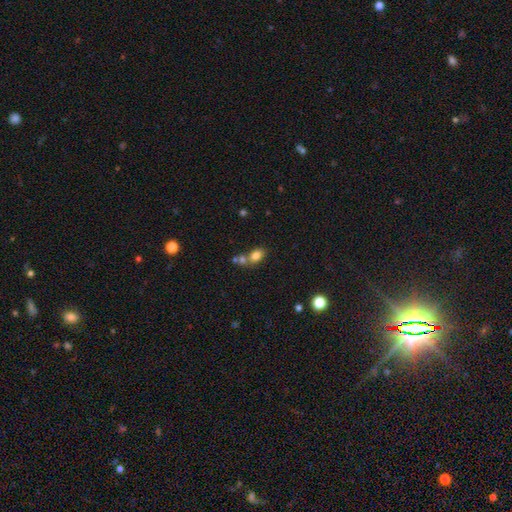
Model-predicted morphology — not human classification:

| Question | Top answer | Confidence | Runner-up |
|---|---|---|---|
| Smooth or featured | smooth | 79% | star or artifact (12%) |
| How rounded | in between | 74% | round (25%) |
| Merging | none | 48% | merger (36%) |